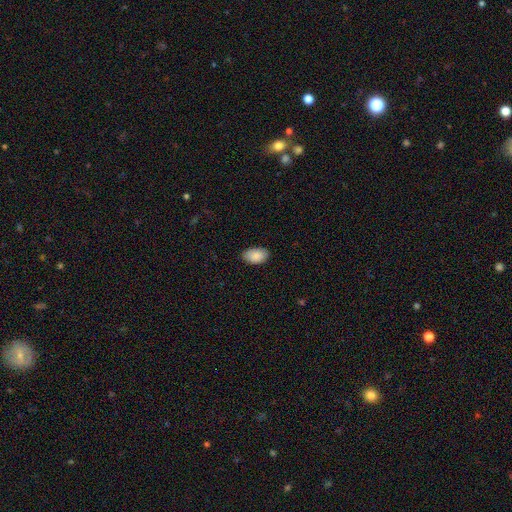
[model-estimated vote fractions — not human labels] This is clearly a smooth galaxy (89%). How rounded: clearly in between (92%). Merging: clearly none (85%).